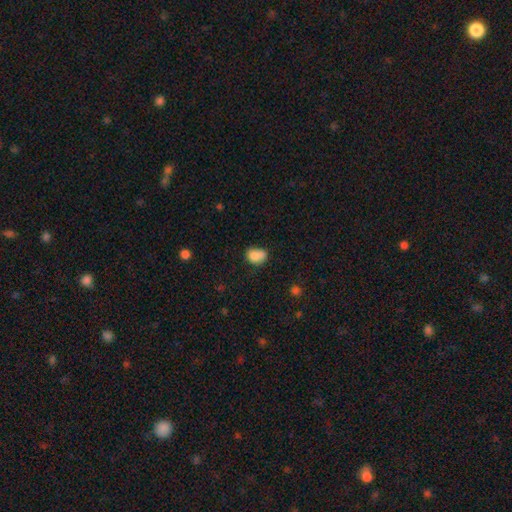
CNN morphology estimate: Smooth or featured? smooth (81%)
How rounded? in between (61%)
Merging? none (48%)